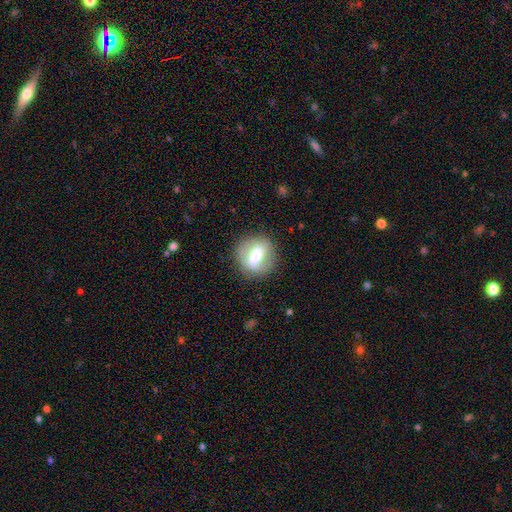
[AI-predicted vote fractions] Smooth or featured? smooth (47%)
Merging? none (82%)